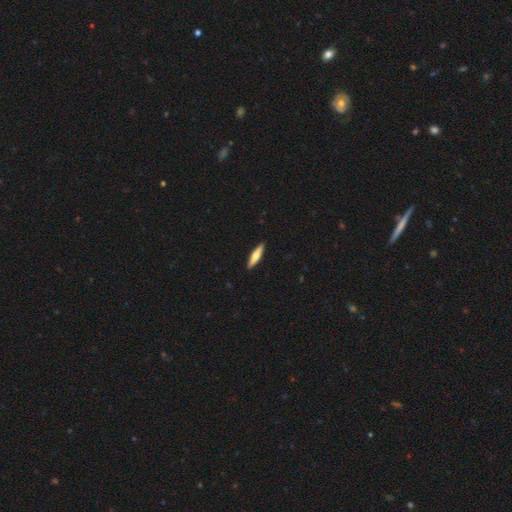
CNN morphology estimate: smooth_or_featured: smooth (p=0.58) [alt: featured or disk p=0.36]
how_rounded: cigar-shaped (p=0.80) [alt: in between p=0.18]
merging: none (p=0.91) [alt: minor disturbance p=0.06]